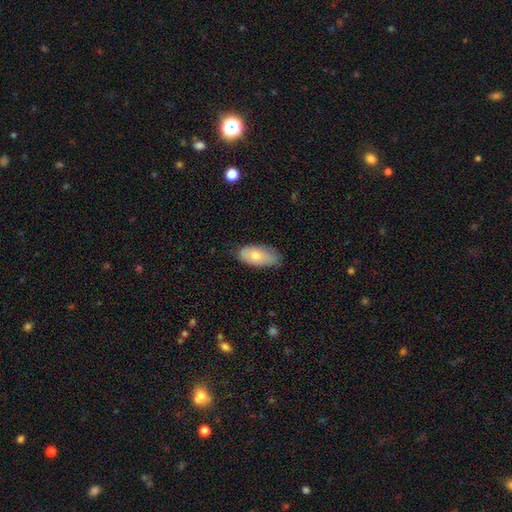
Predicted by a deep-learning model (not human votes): Smooth or featured: smooth — 73% (featured or disk — 20%)
How rounded: in between — 92% (cigar-shaped — 5%)
Merging: none — 69% (minor disturbance — 25%)